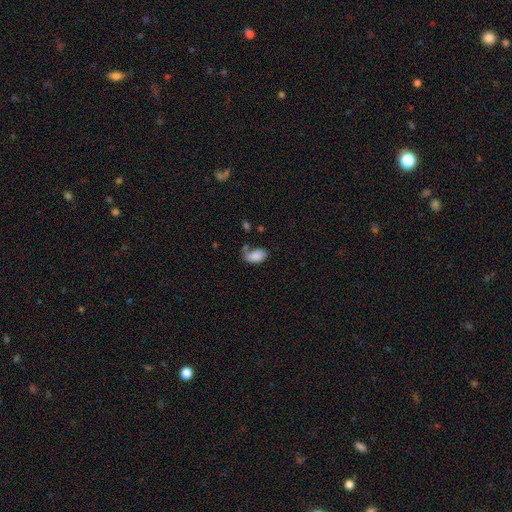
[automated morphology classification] A smooth galaxy with no disk features (81%) that is in between round and cigar-shaped (91%).

Vote fractions:
- Smooth or featured? smooth: 81% / featured or disk: 11% / star or artifact: 8%
- How rounded? in between: 91% / round: 7% / cigar-shaped: 2%
- Merging? none: 44% / minor disturbance: 26% / major disturbance: 15% / merger: 14%